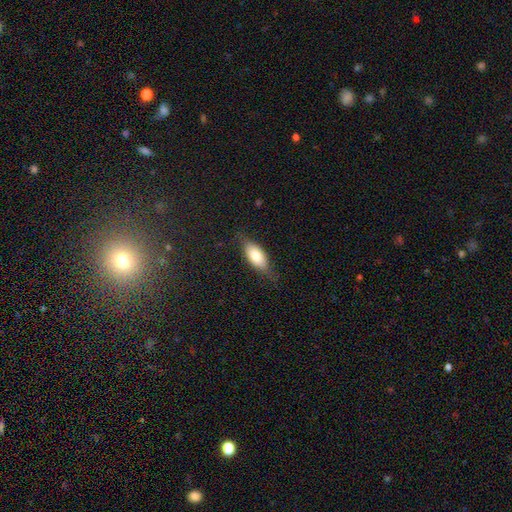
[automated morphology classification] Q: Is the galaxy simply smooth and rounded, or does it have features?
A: smooth — 71%.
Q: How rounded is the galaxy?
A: in between — 83%.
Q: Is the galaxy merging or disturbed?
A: none — 70%.